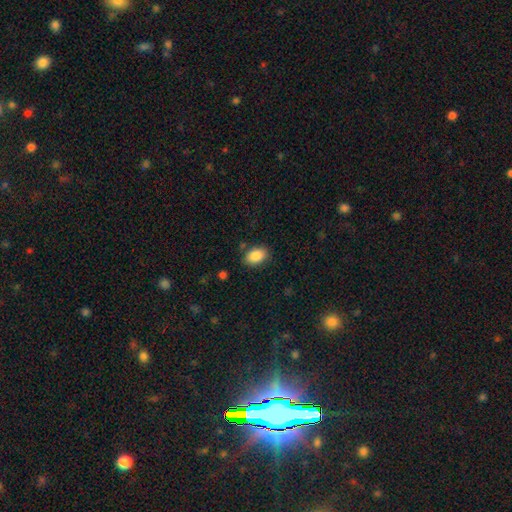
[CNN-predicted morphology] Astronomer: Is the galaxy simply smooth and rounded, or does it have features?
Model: smooth — 88%.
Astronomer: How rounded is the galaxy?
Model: in between — 87%.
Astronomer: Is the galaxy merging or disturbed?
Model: none — 83%.